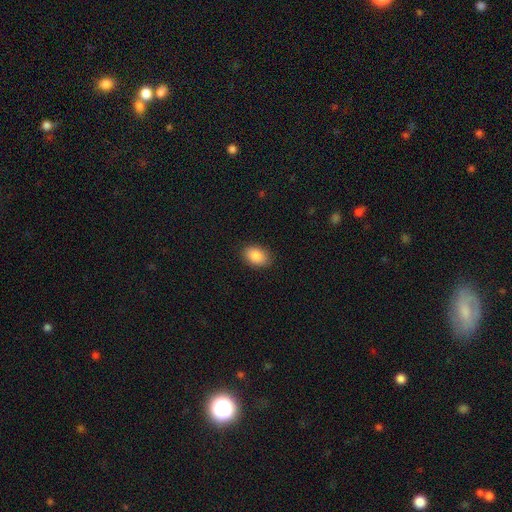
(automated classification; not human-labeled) Overall: smooth (89%). How rounded: in between (86%). Merging: none (88%).